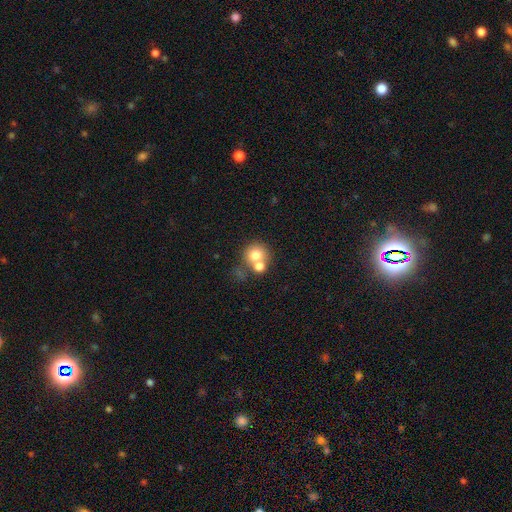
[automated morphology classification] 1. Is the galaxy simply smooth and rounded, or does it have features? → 73% smooth, 16% featured or disk, 11% star or artifact.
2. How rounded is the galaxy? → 84% round, 15% in between, 1% cigar-shaped.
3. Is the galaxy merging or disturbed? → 49% merger, 40% none, 7% minor disturbance, 4% major disturbance.